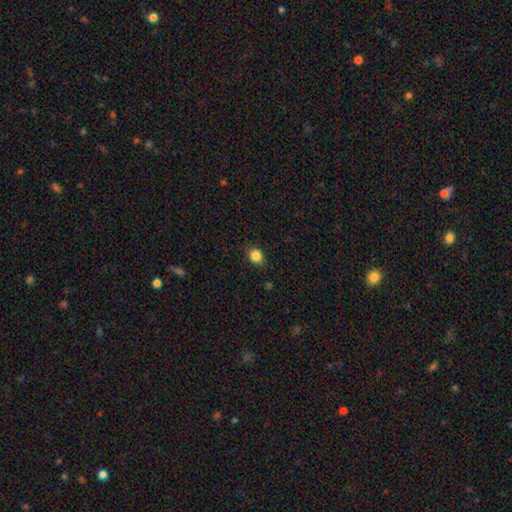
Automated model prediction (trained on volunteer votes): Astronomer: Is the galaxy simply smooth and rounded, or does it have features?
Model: smooth — 85%.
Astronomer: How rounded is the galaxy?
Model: round — 57% (runner-up: in between, 42%).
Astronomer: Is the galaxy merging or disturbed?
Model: none — 85%.